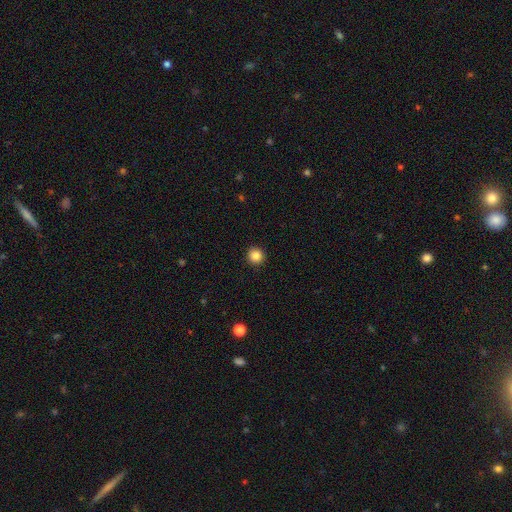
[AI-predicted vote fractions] smooth-or-featured: smooth: 84% | star or artifact: 11% | featured or disk: 5%
  how-rounded: round: 94% | in between: 5% | cigar-shaped: 1%
  merging: none: 93% | minor disturbance: 5% | major disturbance: 2% | merger: 1%